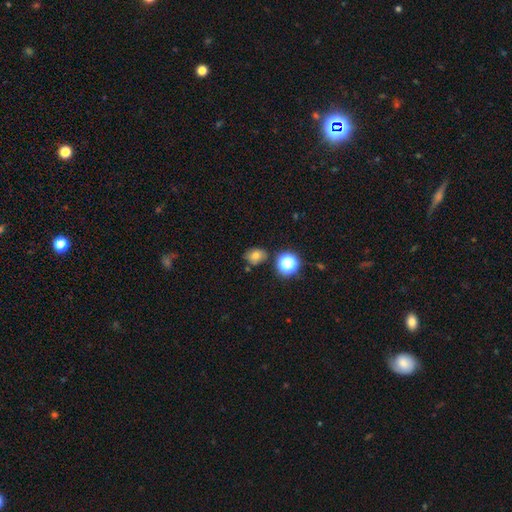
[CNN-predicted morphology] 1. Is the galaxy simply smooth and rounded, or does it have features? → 70% smooth, 18% star or artifact, 12% featured or disk.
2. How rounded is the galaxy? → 52% round, 47% in between, 1% cigar-shaped.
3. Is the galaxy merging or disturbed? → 74% none, 15% minor disturbance, 7% merger, 4% major disturbance.